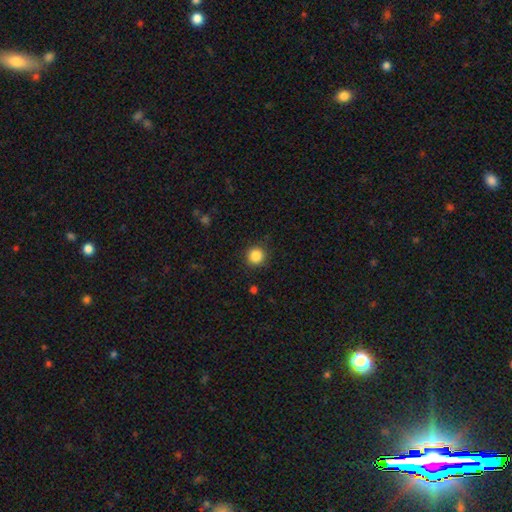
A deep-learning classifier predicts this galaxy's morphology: smooth-or-featured: smooth: 85% | star or artifact: 11% | featured or disk: 4%
  how-rounded: round: 94% | in between: 5% | cigar-shaped: 1%
  merging: none: 89% | minor disturbance: 7% | major disturbance: 2% | merger: 1%